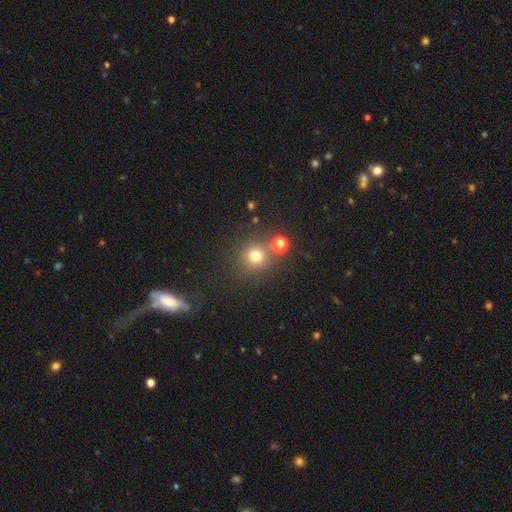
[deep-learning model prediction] Smooth or featured: smooth — 73% (star or artifact — 19%)
How rounded: round — 91% (in between — 8%)
Merging: none — 74% (merger — 13%)